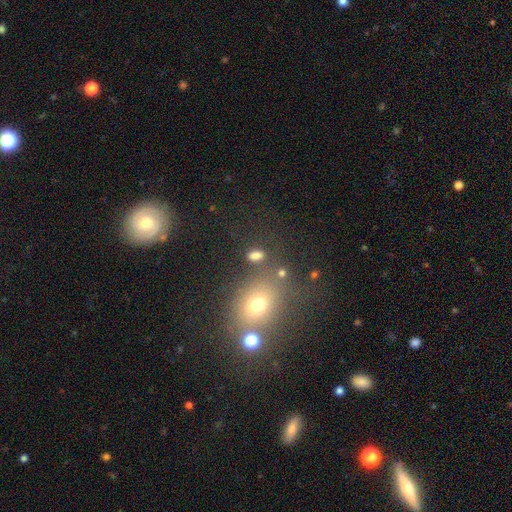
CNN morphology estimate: smooth 78%, star or artifact 15%, featured or disk 7%. Down the decision tree: how rounded — in between (79%); merging — none (75%).